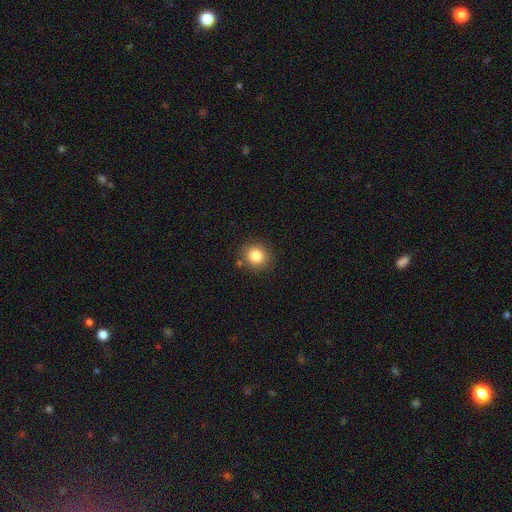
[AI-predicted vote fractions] The model was most divided on "smooth or featured": smooth: 84%, star or artifact: 11%, featured or disk: 6%. More confident: how rounded — round (87%); merging — none (85%).